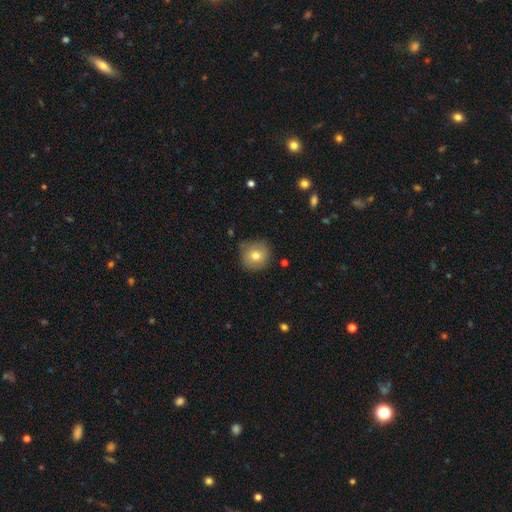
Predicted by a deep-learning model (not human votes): Q: Smooth or featured?
A: smooth (77%); runner-up: featured or disk (14%)
Q: How rounded?
A: round (90%); runner-up: in between (9%)
Q: Merging?
A: none (76%); runner-up: minor disturbance (18%)